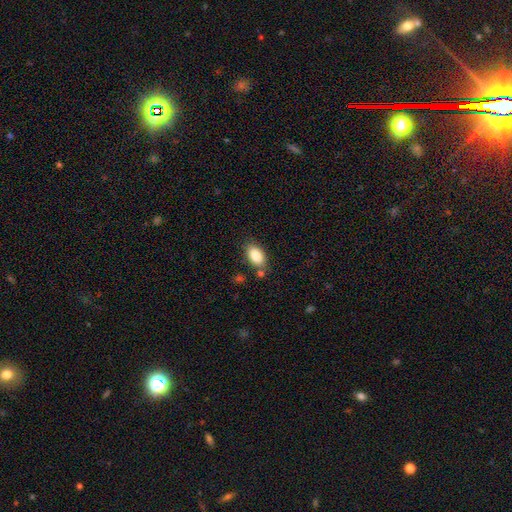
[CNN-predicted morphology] Smooth or featured? Predicted: smooth (p=0.87). How rounded? Predicted: in between (p=0.91). Merging? Predicted: none (p=0.75).